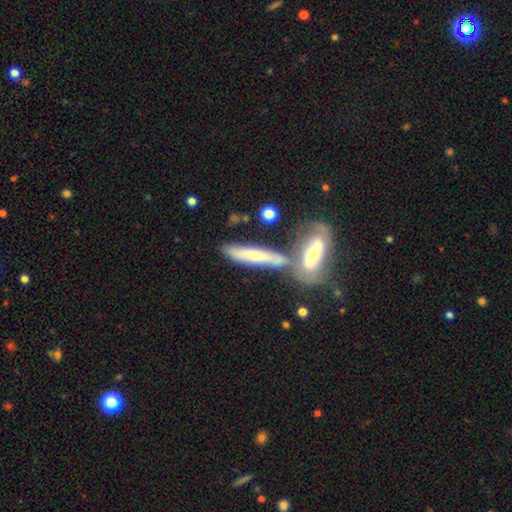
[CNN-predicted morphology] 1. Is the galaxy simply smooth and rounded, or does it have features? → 52% smooth, 41% featured or disk, 7% star or artifact.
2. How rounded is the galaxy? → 80% cigar-shaped, 18% in between, 2% round.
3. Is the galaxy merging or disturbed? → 48% none, 35% merger, 12% minor disturbance, 5% major disturbance.